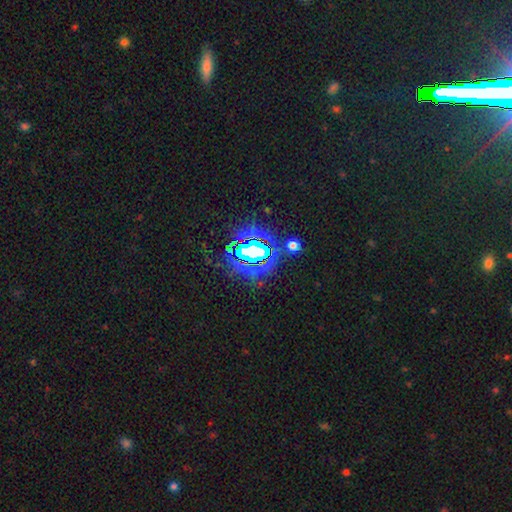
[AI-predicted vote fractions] A star or artifact, not a galaxy (75%).